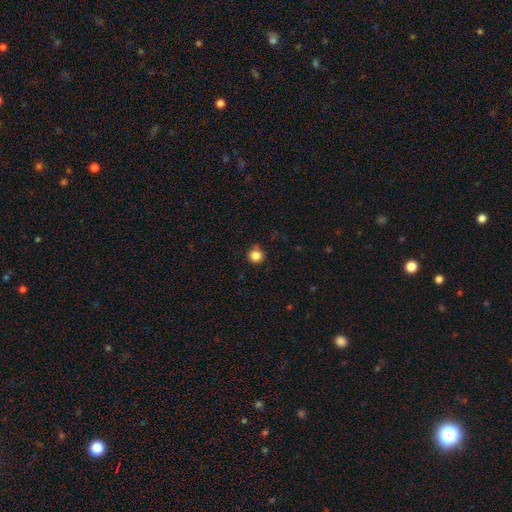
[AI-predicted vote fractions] smooth_or_featured: smooth (p=0.85) [alt: star or artifact p=0.11]
how_rounded: round (p=0.93) [alt: in between p=0.06]
merging: none (p=0.83) [alt: minor disturbance p=0.11]